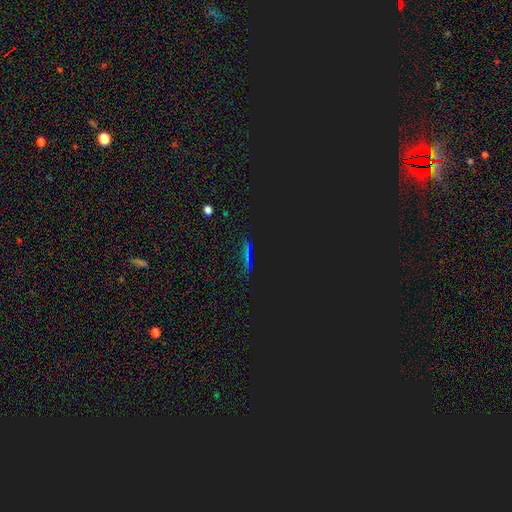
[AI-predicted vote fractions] Smooth or featured? Predicted: star or artifact (p=0.71).